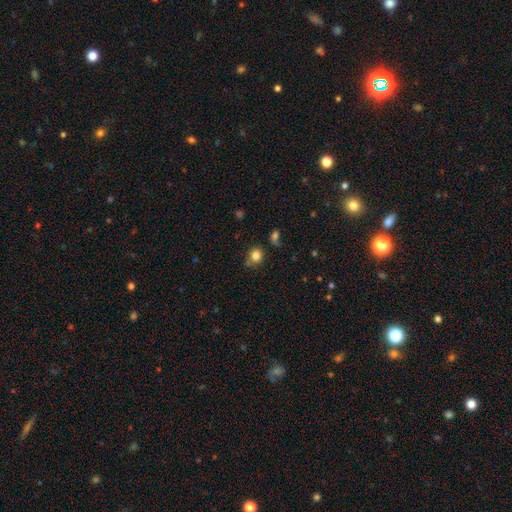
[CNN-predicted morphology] Smooth or featured? smooth (82%)
How rounded? round (84%)
Merging? none (70%)